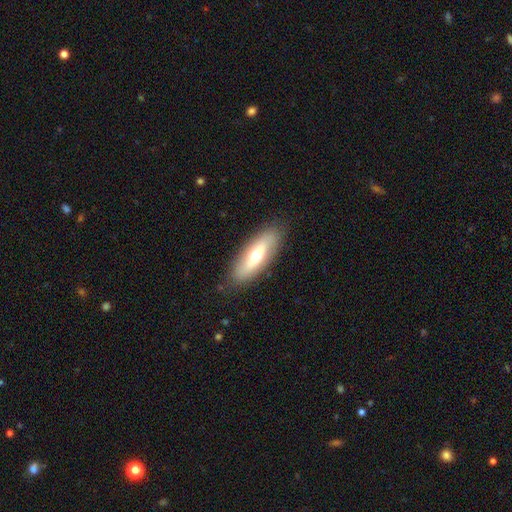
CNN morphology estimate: This is possibly a smooth galaxy (55%). How rounded: possibly in between (60%). Merging: clearly none (86%).